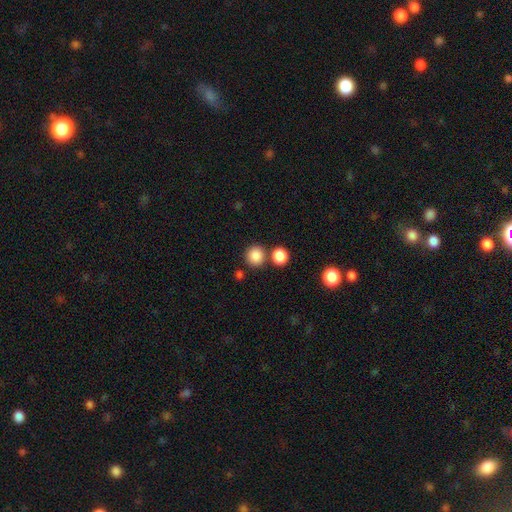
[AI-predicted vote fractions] Smooth or featured: smooth — 86% (star or artifact — 10%)
How rounded: round — 90% (in between — 9%)
Merging: none — 76% (merger — 14%)